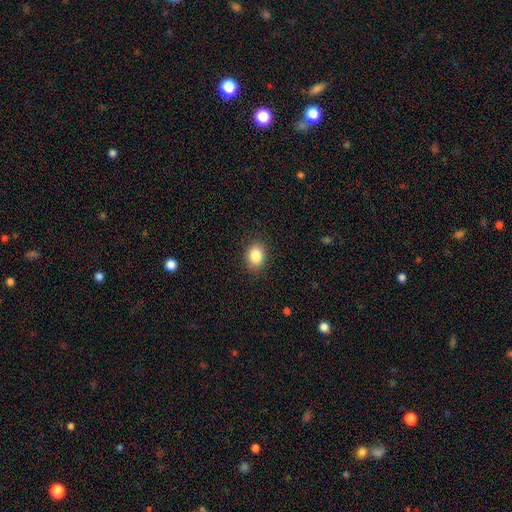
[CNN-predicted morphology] Q: Smooth or featured?
A: smooth (85%); runner-up: star or artifact (9%)
Q: How rounded?
A: in between (63%); runner-up: round (36%)
Q: Merging?
A: none (87%); runner-up: minor disturbance (9%)